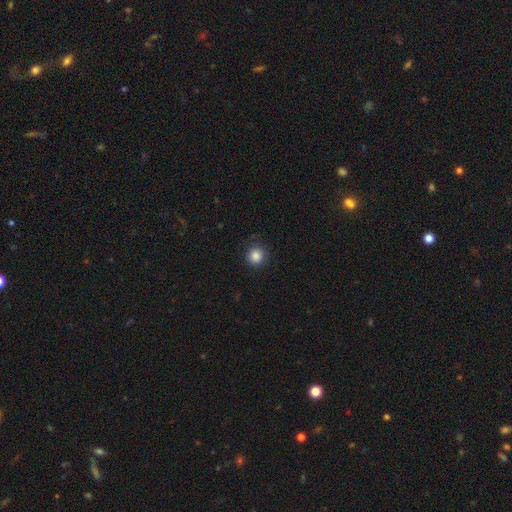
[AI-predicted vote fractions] This appears to be a smooth galaxy with no disk features (86%) that is round (93%). Merging: none (85%).